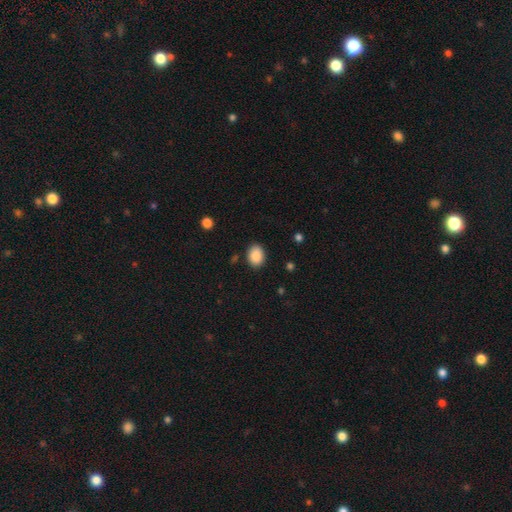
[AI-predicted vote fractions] A smooth galaxy with no disk features (88%) that is in between round and cigar-shaped (66%). Merging: none (86%).